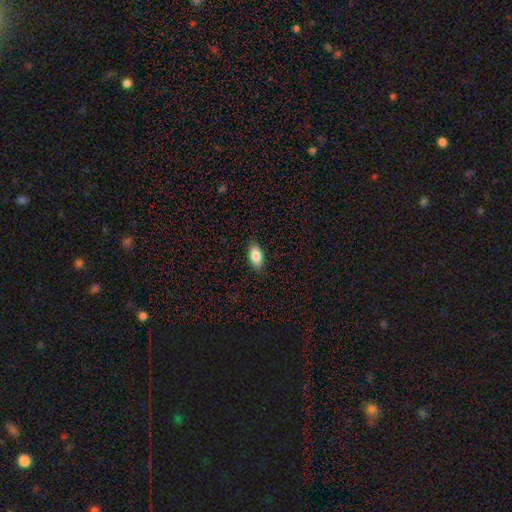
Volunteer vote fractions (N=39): Smooth or featured? smooth (85%)
How rounded? in between (94%)
Merging? none (83%)